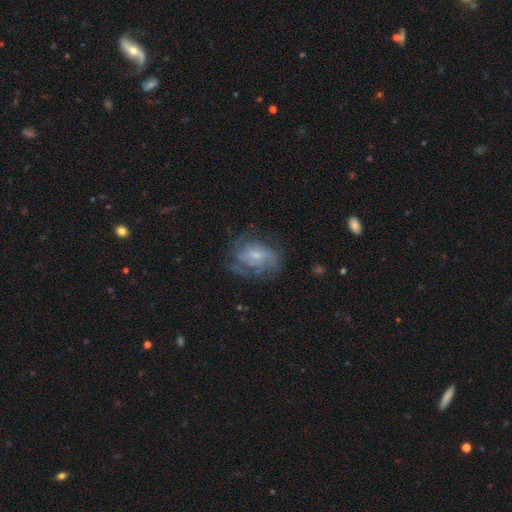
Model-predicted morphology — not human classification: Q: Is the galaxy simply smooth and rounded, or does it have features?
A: featured or disk — 74%.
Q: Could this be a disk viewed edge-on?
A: no — 97%.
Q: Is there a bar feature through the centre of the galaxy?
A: no — 57%.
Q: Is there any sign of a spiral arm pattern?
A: yes — 87%.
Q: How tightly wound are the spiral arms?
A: medium — 42%.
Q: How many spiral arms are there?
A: can't tell — 38%.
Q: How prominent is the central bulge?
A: small — 64%.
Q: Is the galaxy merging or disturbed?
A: none — 58%.